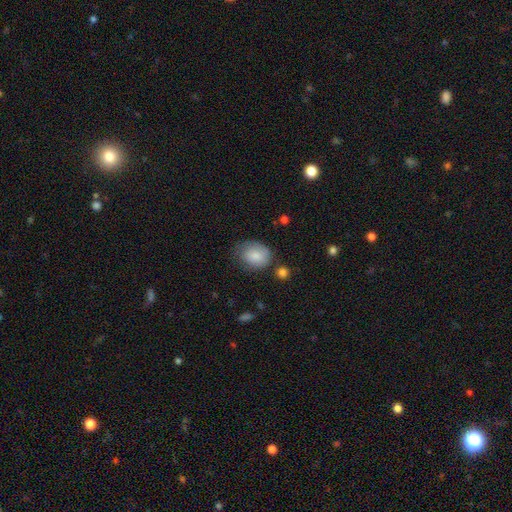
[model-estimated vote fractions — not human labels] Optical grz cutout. It shows a smooth galaxy with no disk features (80%) that is round (50%). Merging: none (56%).